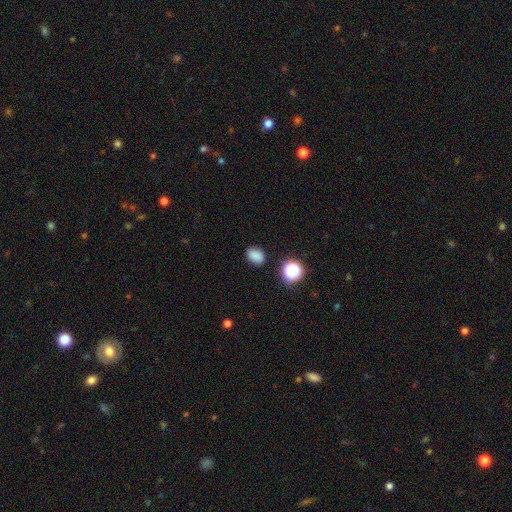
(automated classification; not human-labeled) This appears to be a smooth galaxy with no disk features (83%) that is in between round and cigar-shaped (67%). Merging: none (84%).